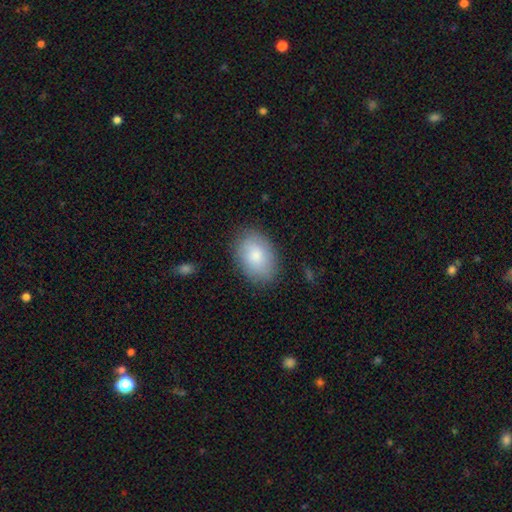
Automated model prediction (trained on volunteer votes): Q: Smooth or featured?
A: smooth (82%); runner-up: featured or disk (11%)
Q: How rounded?
A: in between (86%); runner-up: round (13%)
Q: Merging?
A: none (83%); runner-up: minor disturbance (12%)